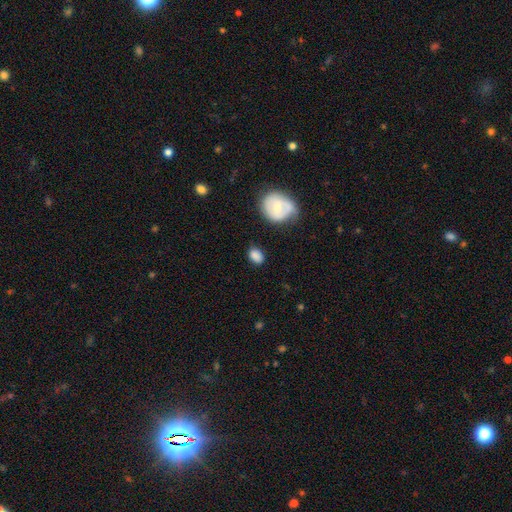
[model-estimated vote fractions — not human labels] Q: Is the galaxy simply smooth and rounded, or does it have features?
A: smooth — 82%.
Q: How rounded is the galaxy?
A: in between — 74%.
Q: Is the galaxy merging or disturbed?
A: none — 72%.